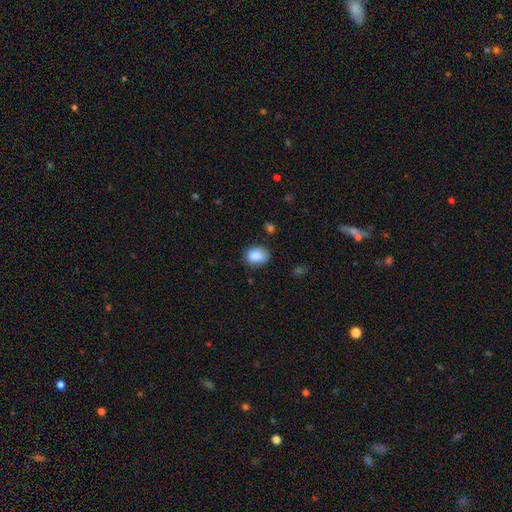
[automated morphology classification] smooth 86%, star or artifact 8%, featured or disk 5%. Down the decision tree: how rounded — in between (50%); merging — none (76%).